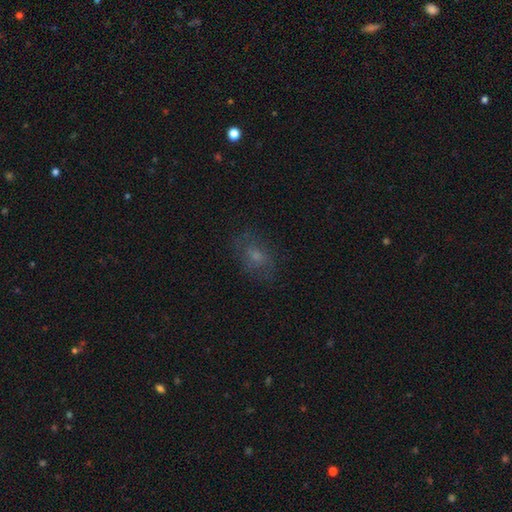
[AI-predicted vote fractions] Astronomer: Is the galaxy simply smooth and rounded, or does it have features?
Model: smooth — 50% (runner-up: featured or disk, 32%).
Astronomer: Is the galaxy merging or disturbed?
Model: none — 72%.